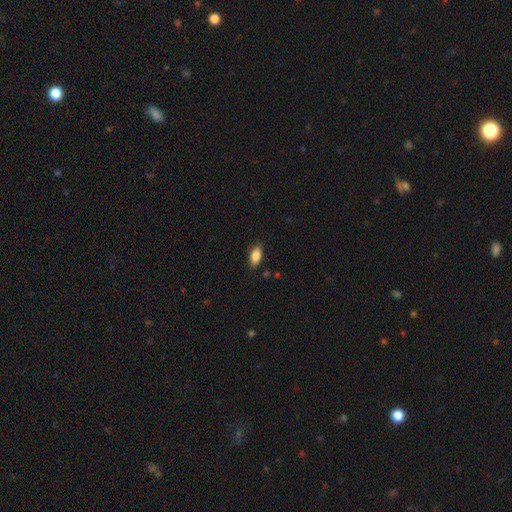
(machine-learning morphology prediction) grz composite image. It shows a smooth galaxy with no disk features (86%) that is in between round and cigar-shaped (90%). Merging: none (85%).